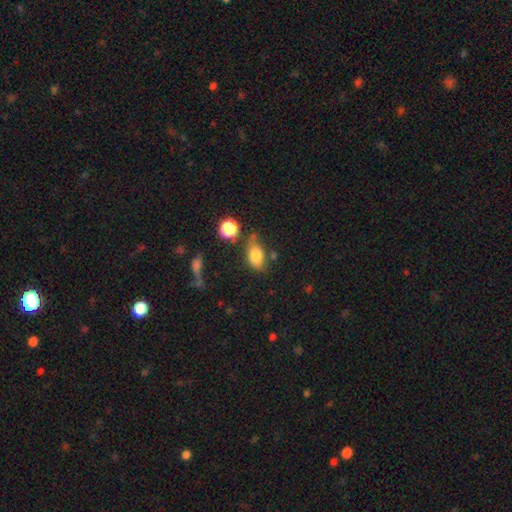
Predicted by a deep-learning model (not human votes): smooth_or_featured: smooth (p=0.81) [alt: star or artifact p=0.10]
how_rounded: in between (p=0.83) [alt: round p=0.14]
merging: none (p=0.55) [alt: minor disturbance p=0.27]